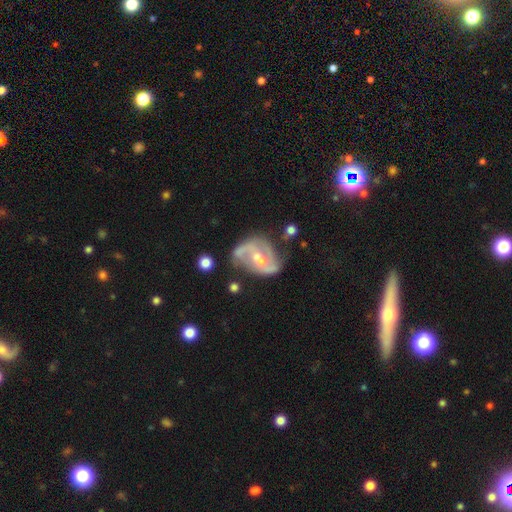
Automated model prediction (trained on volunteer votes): Q: Smooth or featured?
A: featured or disk (85%); runner-up: smooth (9%)
Q: Edge-on disk?
A: no (97%); runner-up: yes (3%)
Q: Bar?
A: weak (41%); runner-up: no (30%)
Q: Spiral arms?
A: yes (90%); runner-up: no (10%)
Q: Spiral winding?
A: medium (46%); runner-up: loose (31%)
Q: Spiral arm count?
A: 2 (74%); runner-up: can't tell (11%)
Q: Bulge size?
A: moderate (53%); runner-up: small (43%)
Q: Merging?
A: none (51%); runner-up: minor disturbance (25%)